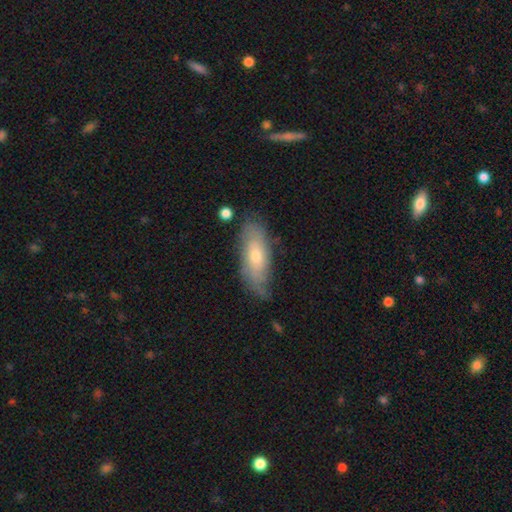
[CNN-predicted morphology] smooth_or_featured: featured or disk (p=0.48) [alt: smooth p=0.45]
merging: none (p=0.66) [alt: minor disturbance p=0.25]